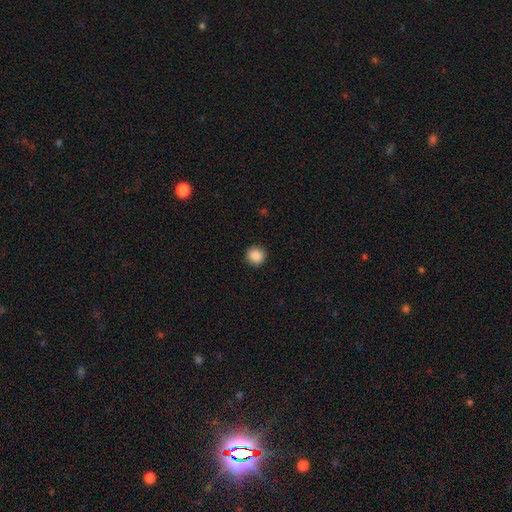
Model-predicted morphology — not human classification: Overall: smooth (88%). How rounded: round (94%). Merging: none (92%).